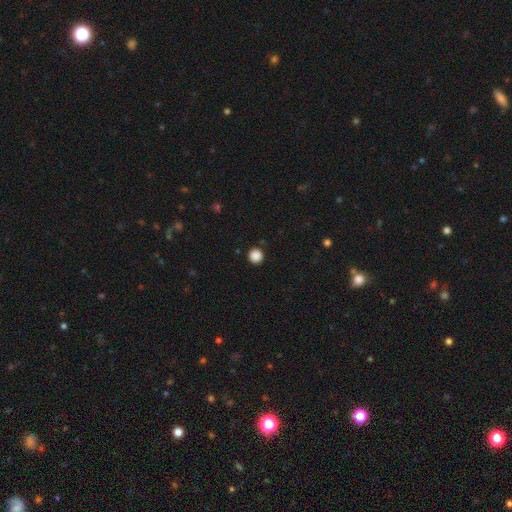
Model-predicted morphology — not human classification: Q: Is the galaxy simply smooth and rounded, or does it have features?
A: smooth — 87%.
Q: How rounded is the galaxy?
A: round — 96%.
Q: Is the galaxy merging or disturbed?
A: none — 92%.